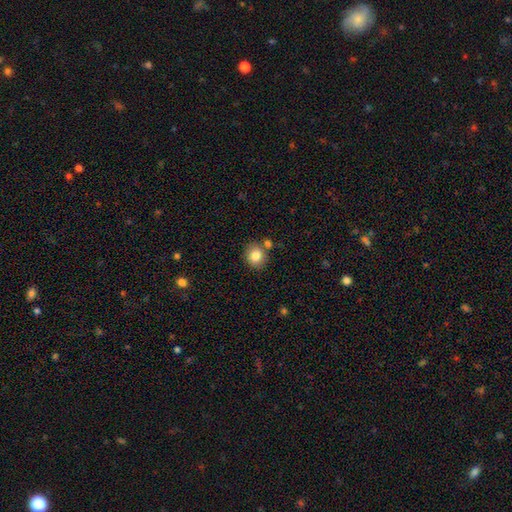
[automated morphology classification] Smooth or featured: smooth — 82% (star or artifact — 10%)
How rounded: round — 77% (in between — 22%)
Merging: none — 77% (merger — 11%)